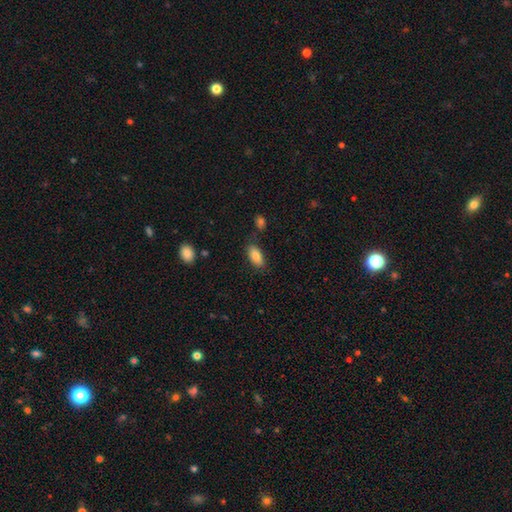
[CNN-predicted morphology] This is clearly a smooth galaxy (86%). How rounded: clearly in between (89%). Merging: likely none (78%).